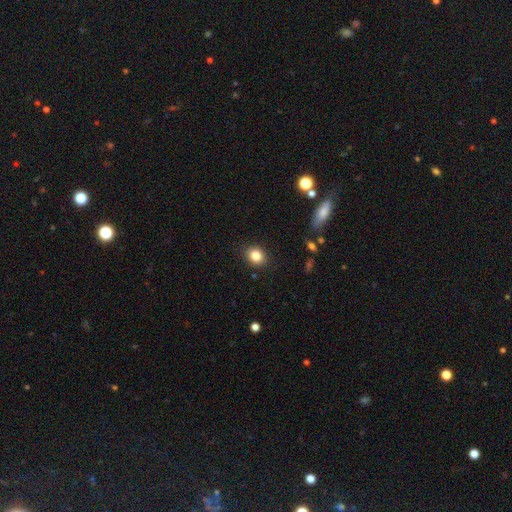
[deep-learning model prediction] Smooth or featured? Predicted: smooth (p=0.84). How rounded? Predicted: round (p=0.59). Merging? Predicted: none (p=0.88).